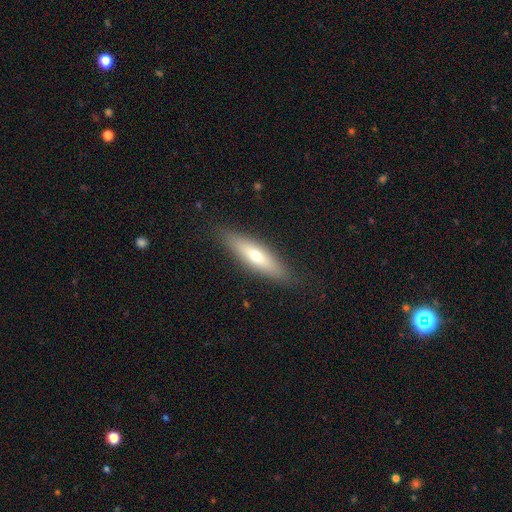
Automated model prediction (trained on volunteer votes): This appears to be a smooth galaxy with no disk features (55%) that is cigar-shaped (68%). Merging: none (87%).